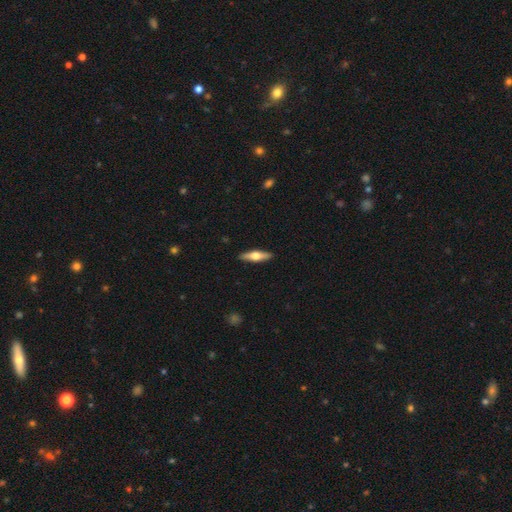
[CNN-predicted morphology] Smooth or featured: featured or disk — 51% (smooth — 44%)
Edge-on disk: yes — 93% (no — 7%)
Merging: none — 91% (minor disturbance — 7%)